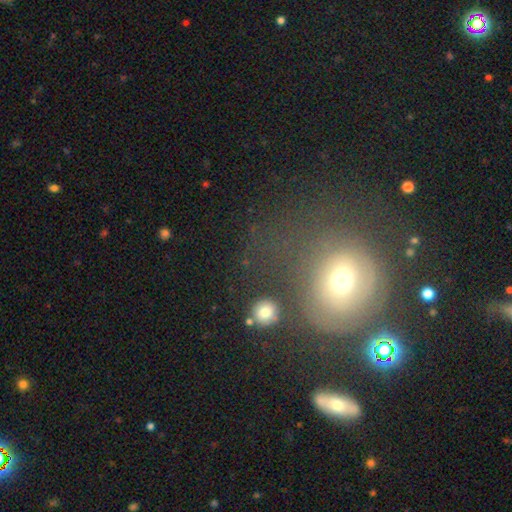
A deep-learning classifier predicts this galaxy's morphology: A smooth galaxy with no disk features (49%).

Vote fractions:
- Smooth or featured? smooth: 49% / featured or disk: 26% / star or artifact: 25%
- Merging? none: 51% / major disturbance: 23% / minor disturbance: 19% / merger: 7%